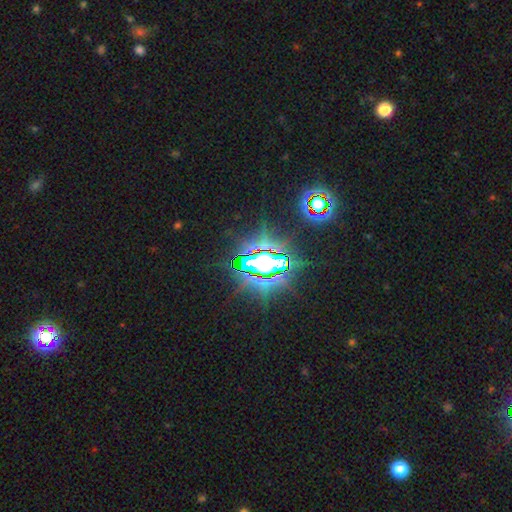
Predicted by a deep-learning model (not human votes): Smooth or featured: star or artifact — 80% (featured or disk — 10%)